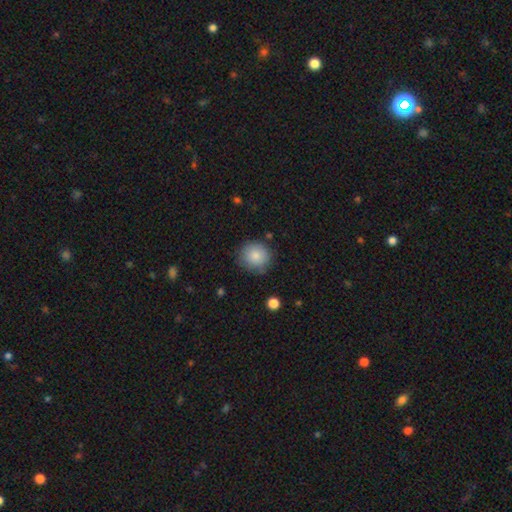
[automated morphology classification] A smooth galaxy with no disk features (85%) that is round (90%).

Vote fractions:
- Smooth or featured? smooth: 85% / star or artifact: 9% / featured or disk: 7%
- How rounded? round: 90% / in between: 9% / cigar-shaped: 1%
- Merging? none: 80% / minor disturbance: 14% / major disturbance: 3% / merger: 2%